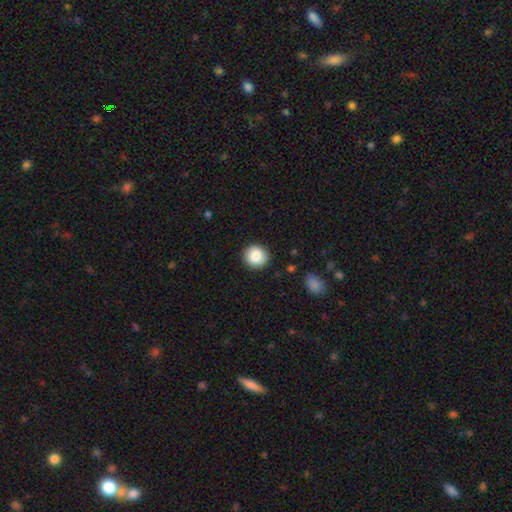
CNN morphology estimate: smooth 84%, featured or disk 8%, star or artifact 8%. Down the decision tree: how rounded — round (89%); merging — none (89%).